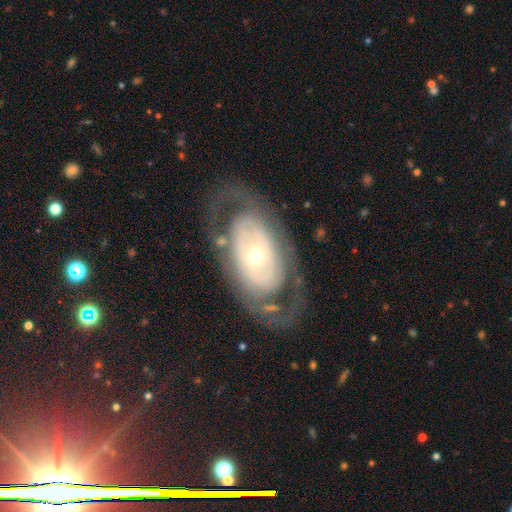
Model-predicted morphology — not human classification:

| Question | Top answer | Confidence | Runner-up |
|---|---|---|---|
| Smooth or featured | featured or disk | 77% | smooth (18%) |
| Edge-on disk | no | 93% | yes (7%) |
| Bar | no | 79% | weak (14%) |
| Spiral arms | yes | 57% | no (43%) |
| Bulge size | small | 55% | moderate (39%) |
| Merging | none | 69% | minor disturbance (15%) |